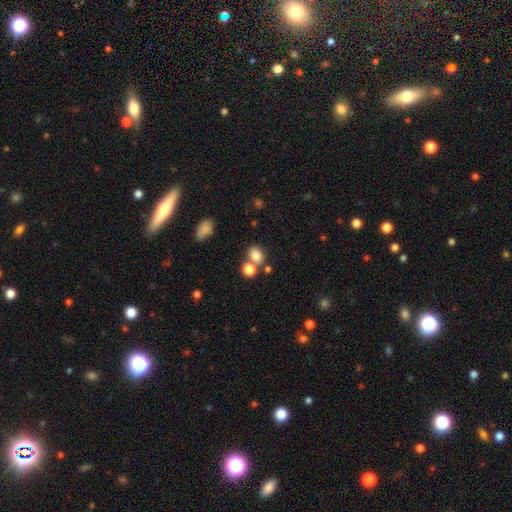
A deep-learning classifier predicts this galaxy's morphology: smooth_or_featured: smooth (p=0.79) [alt: star or artifact p=0.13]
how_rounded: in between (p=0.51) [alt: round p=0.48]
merging: none (p=0.57) [alt: merger p=0.28]